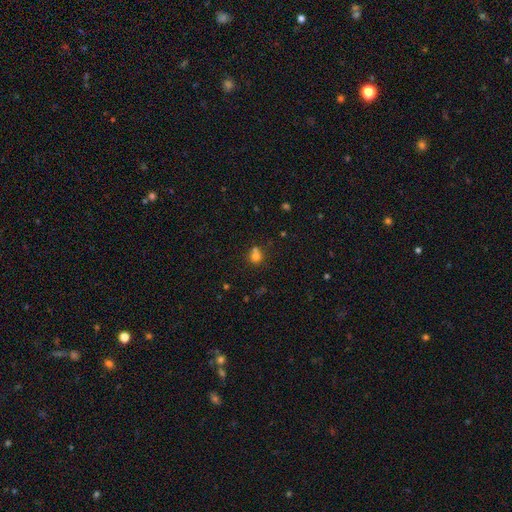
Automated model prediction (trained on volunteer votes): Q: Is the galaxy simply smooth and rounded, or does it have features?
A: smooth — 74%.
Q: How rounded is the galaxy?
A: round — 76%.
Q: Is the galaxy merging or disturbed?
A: none — 46%.